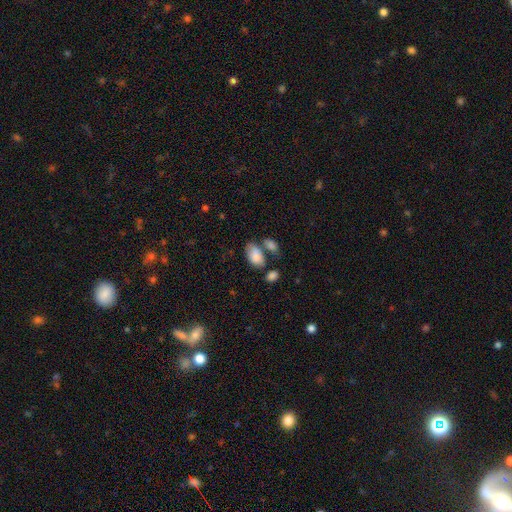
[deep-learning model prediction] This is clearly a smooth galaxy (84%). How rounded: clearly in between (93%). Merging: marginally none (43%).